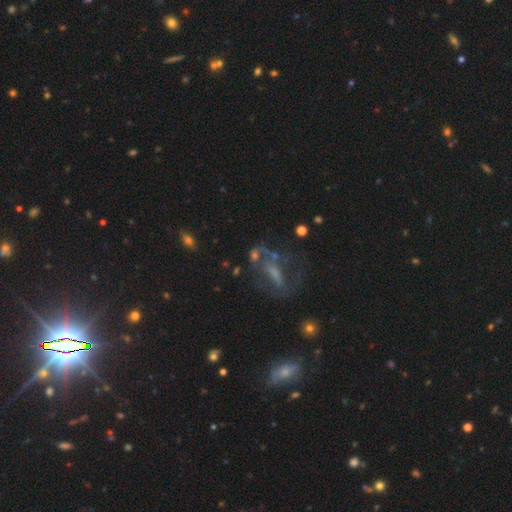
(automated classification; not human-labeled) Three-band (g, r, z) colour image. It shows a featured or disk galaxy (58%) with no bar (41%), spiral arms (51%) and no central bulge (36%). Merging: none (45%).